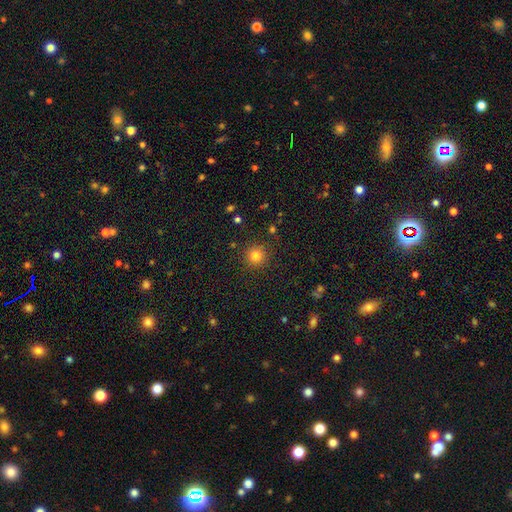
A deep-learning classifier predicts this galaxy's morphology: Q: Smooth or featured?
A: smooth (81%); runner-up: star or artifact (13%)
Q: How rounded?
A: round (94%); runner-up: in between (5%)
Q: Merging?
A: none (88%); runner-up: minor disturbance (8%)